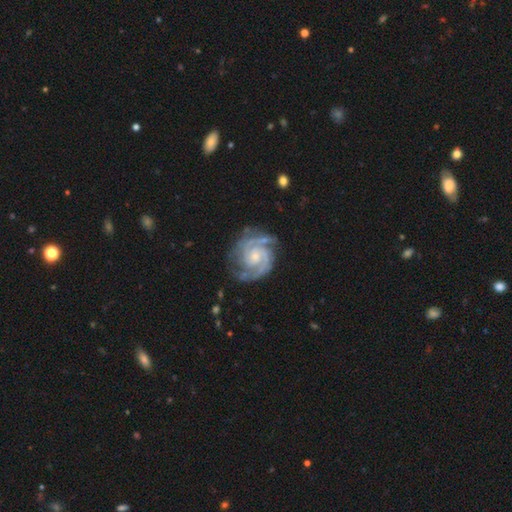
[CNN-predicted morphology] Smooth or featured? featured or disk (92%)
Edge-on disk? no (98%)
Bar? no (66%)
Spiral arms? yes (98%)
Spiral winding? tight (64%)
Spiral arm count? 2 (65%)
Bulge size? small (63%)
Merging? none (74%)